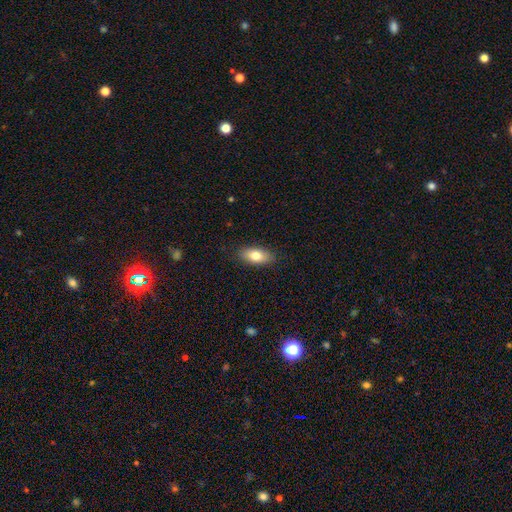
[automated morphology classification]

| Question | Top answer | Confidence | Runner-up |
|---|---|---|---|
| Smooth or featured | smooth | 77% | featured or disk (16%) |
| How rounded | in between | 87% | cigar-shaped (9%) |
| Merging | none | 87% | minor disturbance (10%) |